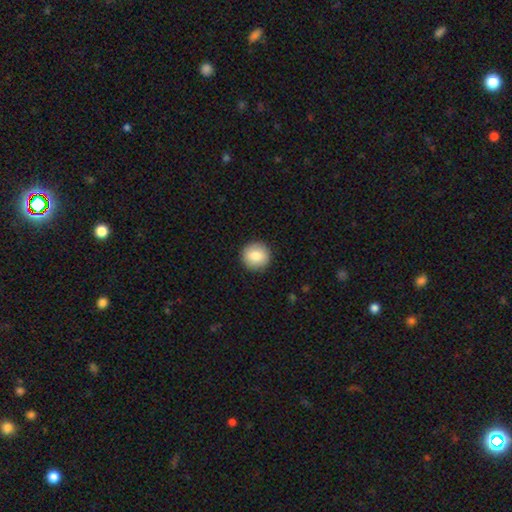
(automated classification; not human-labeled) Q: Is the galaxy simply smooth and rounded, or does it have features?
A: smooth — 83%.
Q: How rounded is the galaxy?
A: round — 95%.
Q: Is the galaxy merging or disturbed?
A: none — 92%.